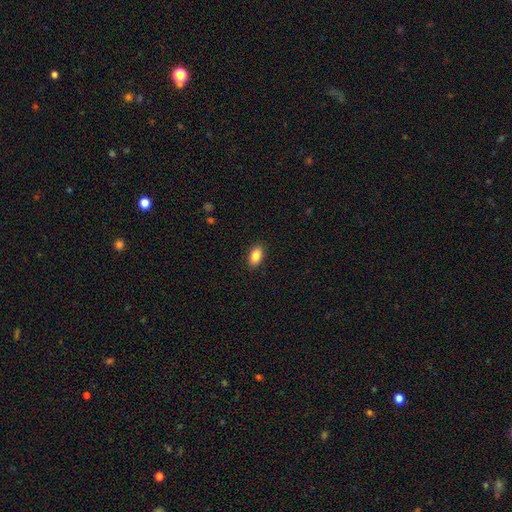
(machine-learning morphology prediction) Smooth or featured? Predicted: smooth (p=0.87). How rounded? Predicted: in between (p=0.91). Merging? Predicted: none (p=0.90).